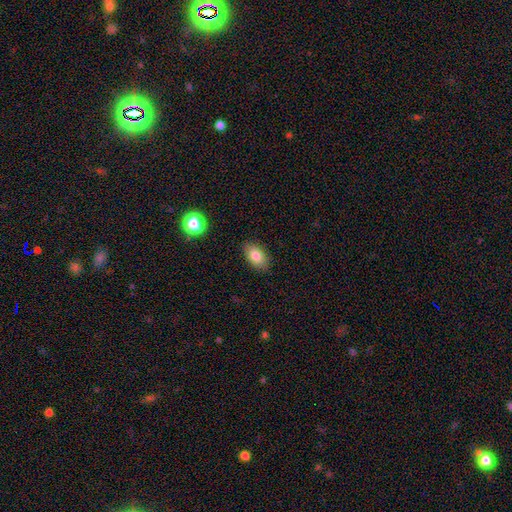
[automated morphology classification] The model was most divided on "smooth or featured": smooth: 82%, featured or disk: 10%, star or artifact: 8%. More confident: how rounded — in between (91%); merging — none (87%).